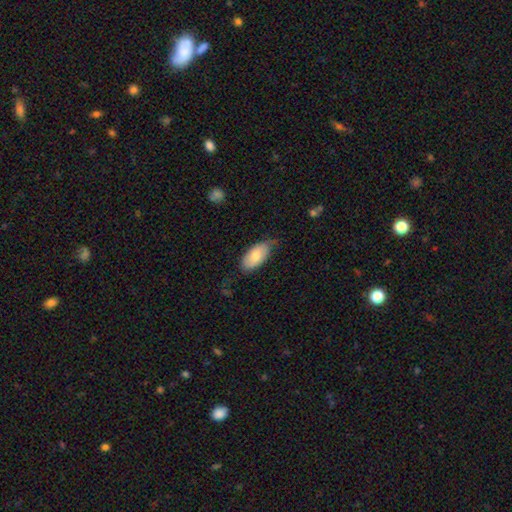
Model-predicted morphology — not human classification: This appears to be a smooth galaxy with no disk features (75%) that is in between round and cigar-shaped (94%). Merging: none (60%).